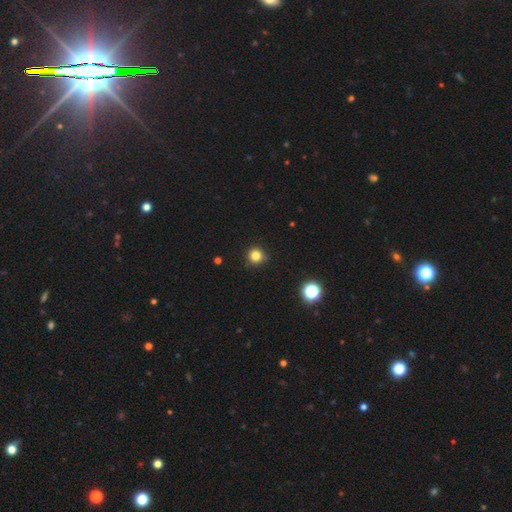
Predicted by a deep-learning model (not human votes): Smooth or featured? smooth (81%)
How rounded? round (93%)
Merging? none (84%)